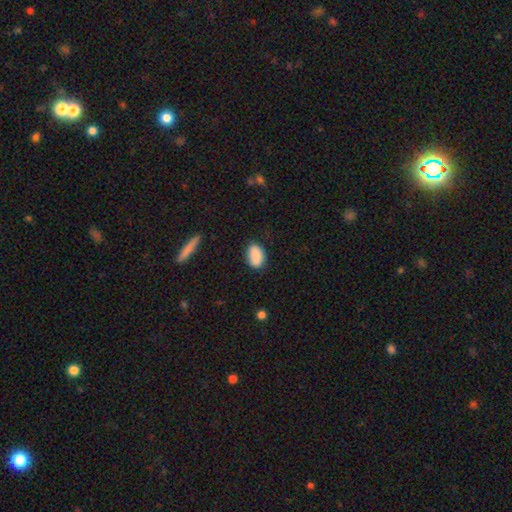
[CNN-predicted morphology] smooth 88%, star or artifact 7%, featured or disk 5%. Down the decision tree: how rounded — in between (90%); merging — none (78%).